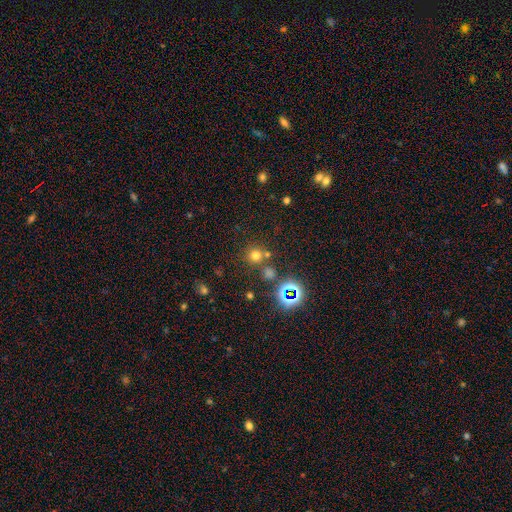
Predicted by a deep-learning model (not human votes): This is likely a smooth galaxy (65%). How rounded: clearly round (92%). Merging: likely none (72%).